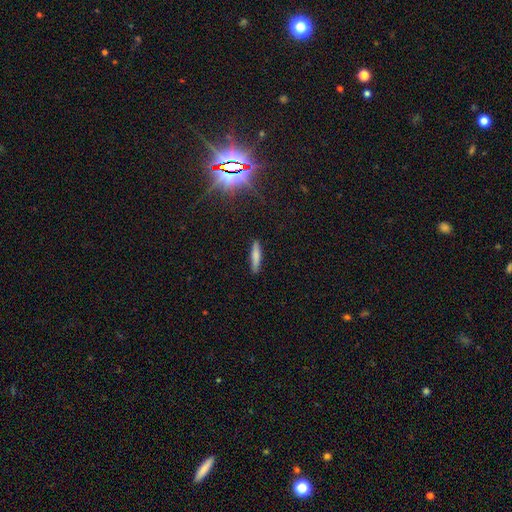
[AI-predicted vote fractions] Q: Smooth or featured?
A: smooth (76%); runner-up: featured or disk (16%)
Q: How rounded?
A: cigar-shaped (87%); runner-up: in between (12%)
Q: Merging?
A: none (89%); runner-up: minor disturbance (8%)